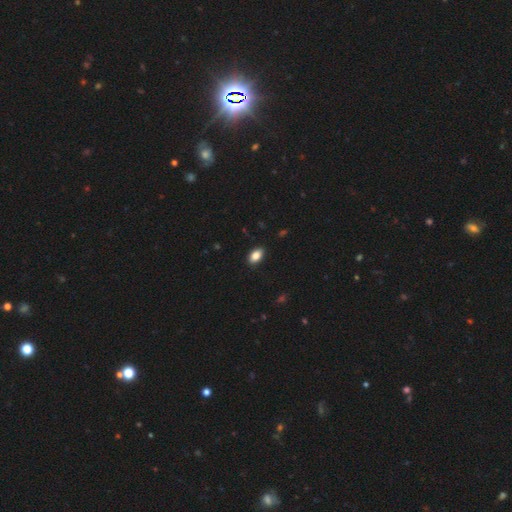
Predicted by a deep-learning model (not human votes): Smooth or featured? smooth (85%)
How rounded? in between (90%)
Merging? none (88%)